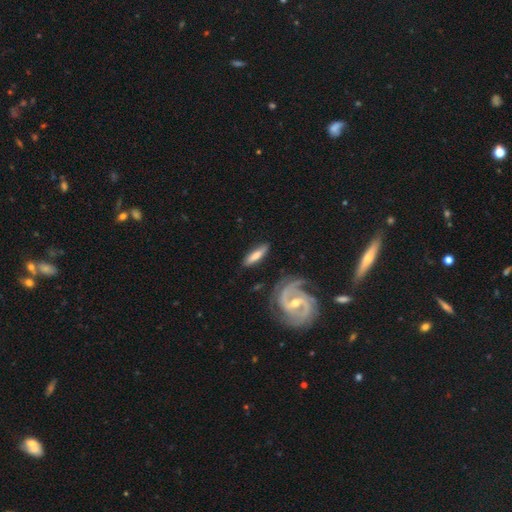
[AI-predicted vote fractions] The model was most divided on "smooth or featured": smooth: 52%, featured or disk: 42%, star or artifact: 6%. More confident: merging — none (77%); how rounded — cigar-shaped (71%).